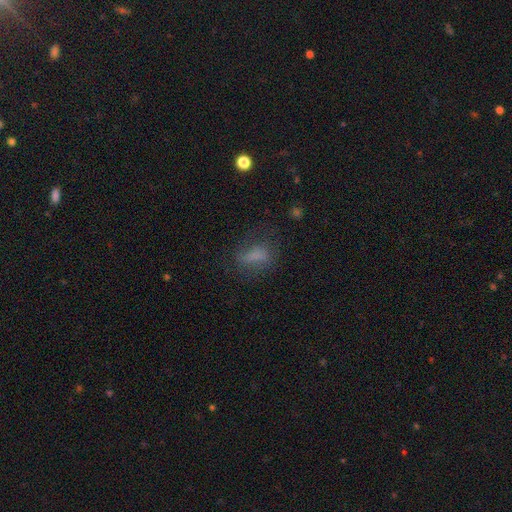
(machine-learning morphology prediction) Smooth or featured? Predicted: smooth (p=0.66). How rounded? Predicted: in between (p=0.73). Merging? Predicted: none (p=0.60).